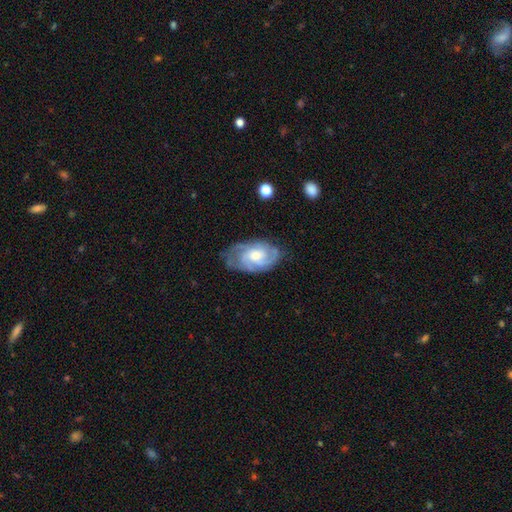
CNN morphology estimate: Overall: featured or disk (78%). Edge-on disk: no (96%). Bar: no (68%; weak 28%). Spiral arms: yes (94%). Spiral arm count: can't tell (31%; 3 28%). Spiral winding: tight (58%; medium 35%). Bulge size: moderate (58%; small 31%). Merging: none (64%; minor disturbance 26%).